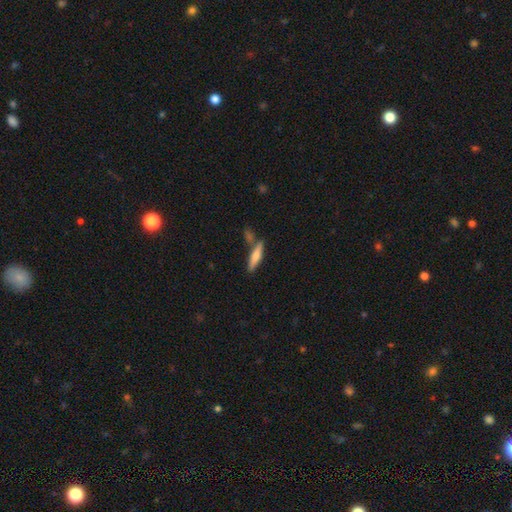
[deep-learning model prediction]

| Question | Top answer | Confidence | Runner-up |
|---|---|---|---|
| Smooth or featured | smooth | 61% | featured or disk (33%) |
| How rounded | cigar-shaped | 80% | in between (19%) |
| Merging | none | 70% | merger (14%) |